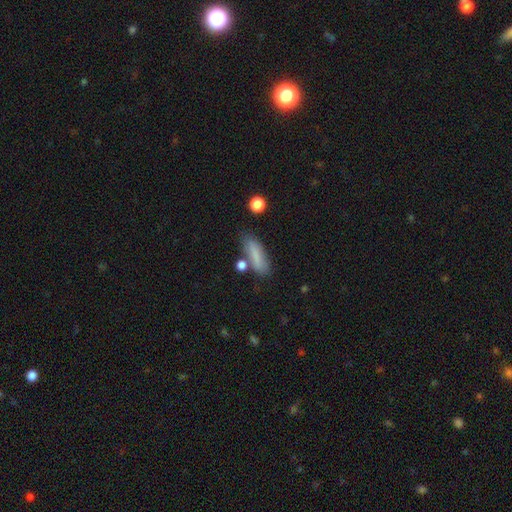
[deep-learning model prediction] smooth-or-featured: smooth: 80% | featured or disk: 12% | star or artifact: 8%
  how-rounded: cigar-shaped: 52% | in between: 45% | round: 3%
  merging: none: 66% | minor disturbance: 18% | merger: 10% | major disturbance: 6%